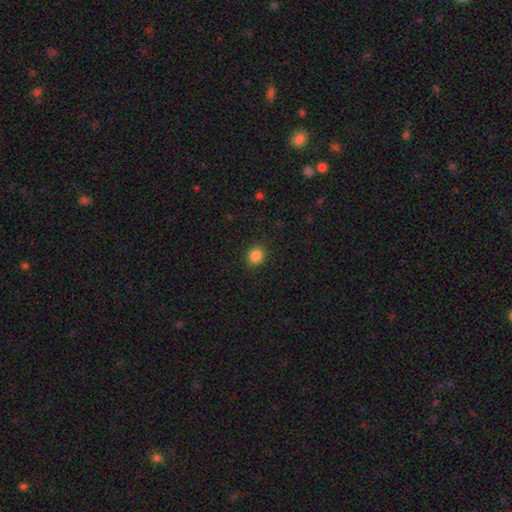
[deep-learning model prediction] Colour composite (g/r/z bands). It shows a smooth galaxy with no disk features (86%) that is round (78%). Merging: none (91%).